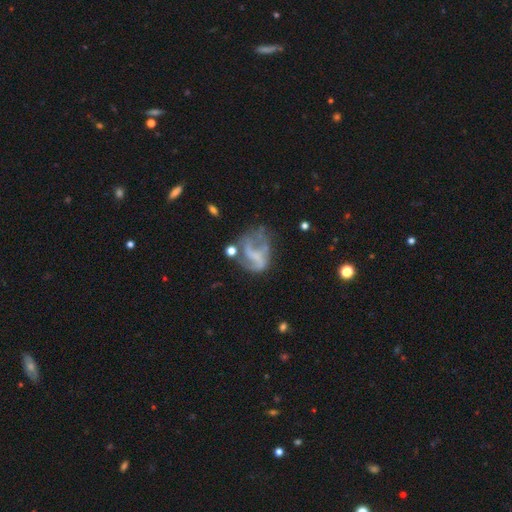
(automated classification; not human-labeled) Q: Smooth or featured?
A: featured or disk (69%); runner-up: smooth (20%)
Q: Edge-on disk?
A: no (98%); runner-up: yes (2%)
Q: Bar?
A: no (50%); runner-up: weak (33%)
Q: Spiral arms?
A: yes (66%); runner-up: no (34%)
Q: Bulge size?
A: none (64%); runner-up: small (21%)
Q: Merging?
A: major disturbance (36%); runner-up: none (33%)